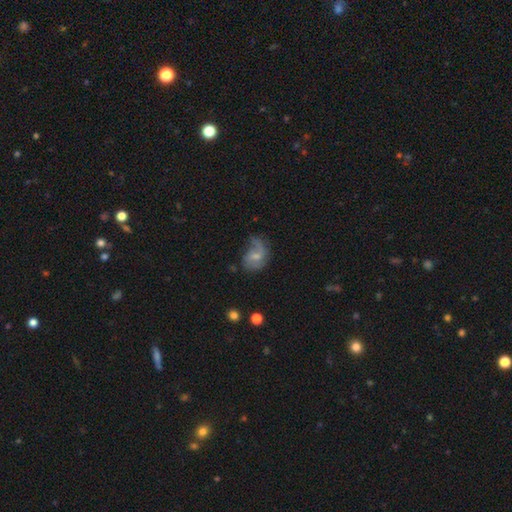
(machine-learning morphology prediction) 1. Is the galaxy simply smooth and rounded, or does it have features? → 56% featured or disk, 36% smooth, 9% star or artifact.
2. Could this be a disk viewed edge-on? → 97% no, 3% yes.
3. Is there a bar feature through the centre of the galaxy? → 47% no, 45% weak, 8% strong.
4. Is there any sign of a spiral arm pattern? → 78% yes, 22% no.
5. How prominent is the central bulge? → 44% small, 37% moderate, 15% none, 4% large, 1% dominant.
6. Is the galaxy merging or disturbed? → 35% none, 32% major disturbance, 29% minor disturbance, 4% merger.